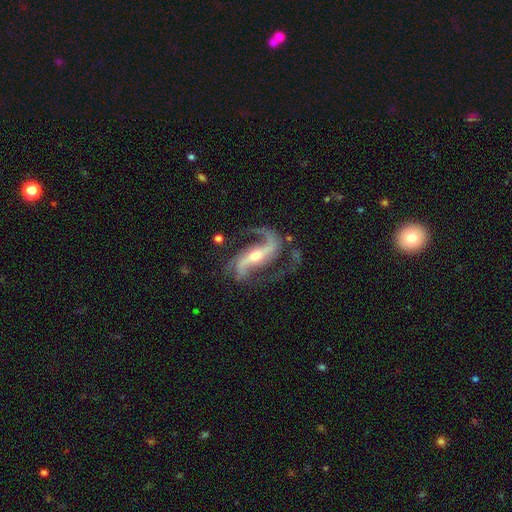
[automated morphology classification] A featured or disk galaxy (92%) with a strong bar (57%), 2 (90%) loose (53%) spiral arms (98%) and a moderate central bulge (48%, tied with small).

Vote fractions:
- Smooth or featured? featured or disk: 92% / star or artifact: 5% / smooth: 3%
- Edge-on disk? no: 95% / yes: 5%
- Bar? strong: 57% / weak: 26% / no: 18%
- Spiral arms? yes: 98% / no: 2%
- Spiral winding? loose: 53% / medium: 37% / tight: 9%
- Spiral arm count? 2: 90% / 1: 3% / 3: 2% / can't tell: 2% / 4: 1% / more than 4: 1%
- Bulge size? moderate: 48% (tied) / small: 48% (tied) / large: 3% / none: 1% / dominant: 1%
- Merging? none: 69% / minor disturbance: 16% / major disturbance: 13% / merger: 2%